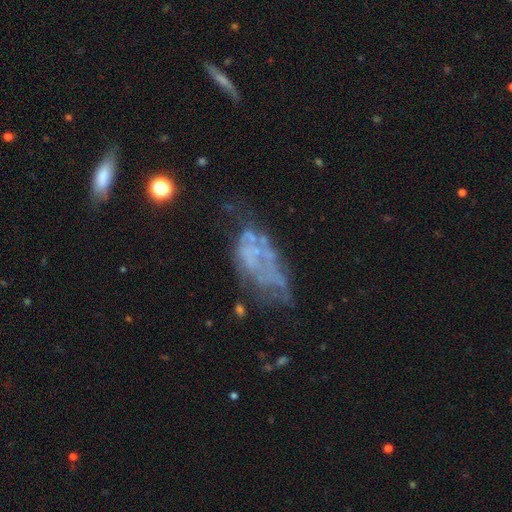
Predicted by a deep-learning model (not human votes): A featured or disk galaxy (61%) with no bar (91%), no spiral arms (88%) and no central bulge (83%).

Vote fractions:
- Smooth or featured? featured or disk: 61% / smooth: 24% / star or artifact: 15%
- Edge-on disk? no: 95% / yes: 5%
- Bar? no: 91% / weak: 6% / strong: 2%
- Spiral arms? no: 88% / yes: 12%
- Bulge size? none: 83% / small: 9% / moderate: 6% / large: 2% / dominant: 1%
- Merging? major disturbance: 34% / none: 32% / minor disturbance: 25% / merger: 9%